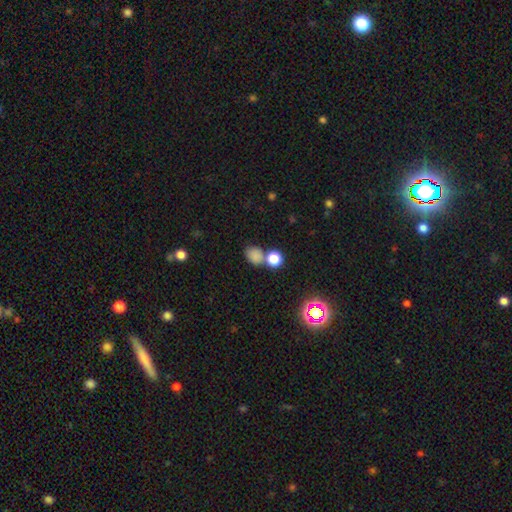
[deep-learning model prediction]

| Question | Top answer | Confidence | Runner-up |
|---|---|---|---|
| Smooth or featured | smooth | 78% | star or artifact (16%) |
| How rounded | round | 54% | in between (45%) |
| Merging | none | 54% | merger (30%) |